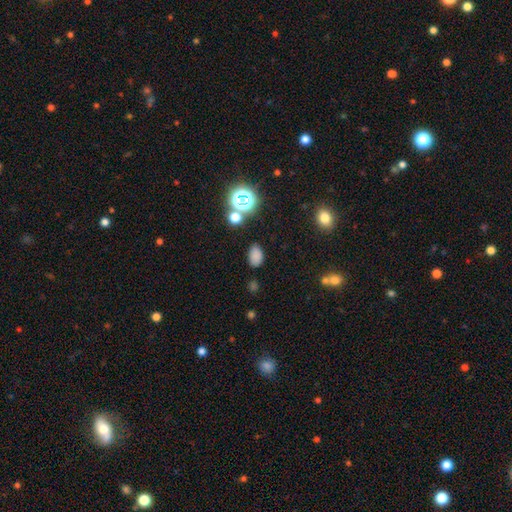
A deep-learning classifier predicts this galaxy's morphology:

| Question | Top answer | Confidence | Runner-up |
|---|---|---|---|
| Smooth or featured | smooth | 77% | star or artifact (17%) |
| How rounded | in between | 87% | round (12%) |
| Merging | none | 82% | minor disturbance (11%) |